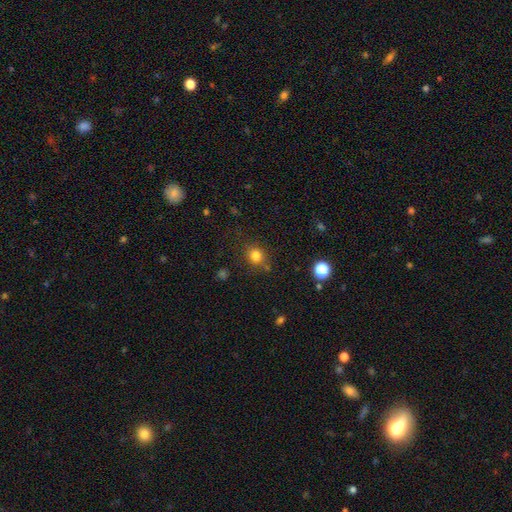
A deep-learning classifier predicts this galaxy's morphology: type=smooth (80%); roundness=round (77%); merging=none (78%).